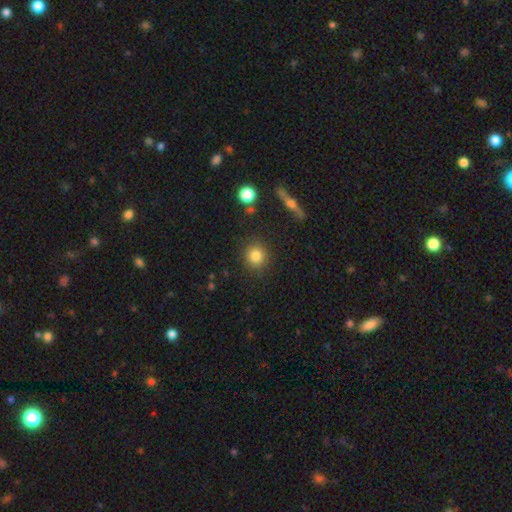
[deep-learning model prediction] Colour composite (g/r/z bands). It shows a smooth galaxy with no disk features (83%) that is round (89%). Merging: none (88%).